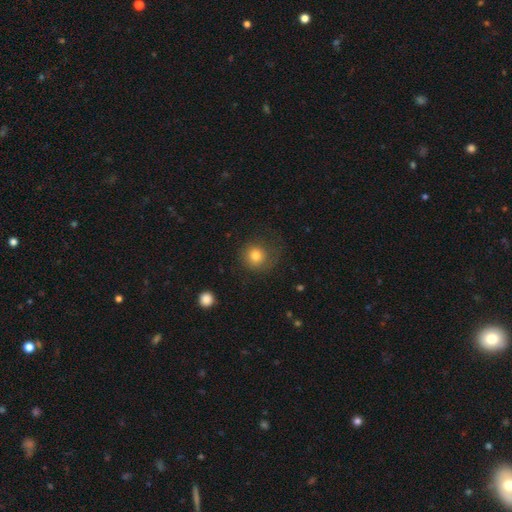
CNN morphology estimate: Smooth or featured? smooth (79%)
How rounded? round (90%)
Merging? none (68%)